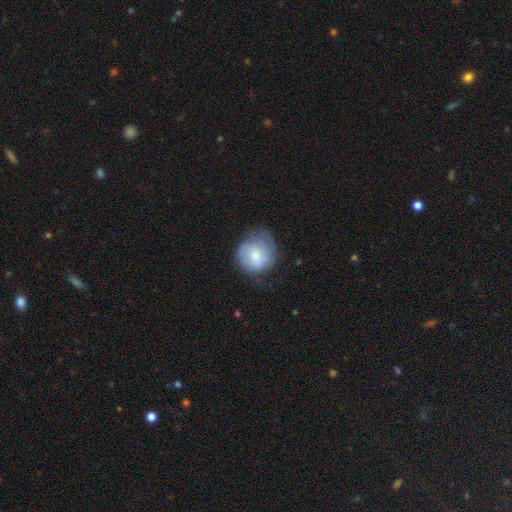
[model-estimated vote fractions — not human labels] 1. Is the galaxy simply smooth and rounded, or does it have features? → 60% smooth, 33% featured or disk, 7% star or artifact.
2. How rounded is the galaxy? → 82% round, 17% in between, 1% cigar-shaped.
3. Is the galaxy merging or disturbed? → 53% none, 30% minor disturbance, 16% major disturbance, 1% merger.